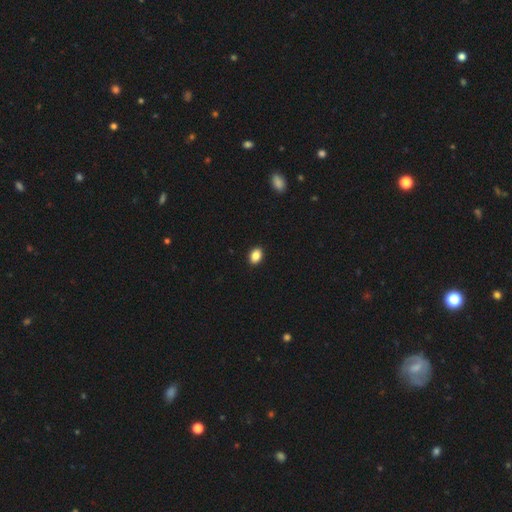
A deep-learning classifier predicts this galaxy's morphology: This is clearly a smooth galaxy (87%). How rounded: likely in between (76%). Merging: clearly none (91%).